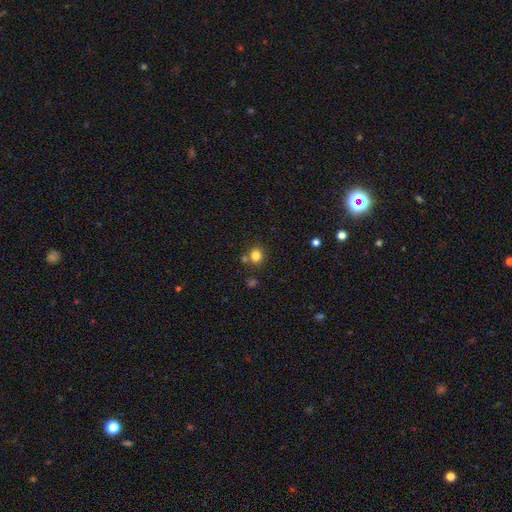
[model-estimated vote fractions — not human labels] smooth_or_featured: smooth (p=0.82) [alt: star or artifact p=0.13]
how_rounded: round (p=0.74) [alt: in between p=0.25]
merging: none (p=0.74) [alt: merger p=0.13]